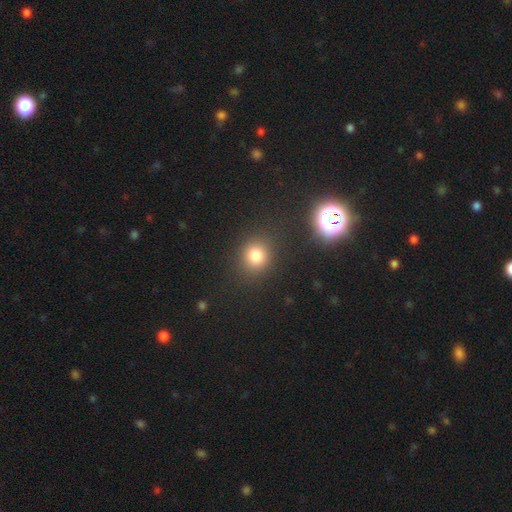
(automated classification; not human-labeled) This is likely a smooth galaxy (79%). How rounded: clearly round (80%). Merging: clearly none (85%).